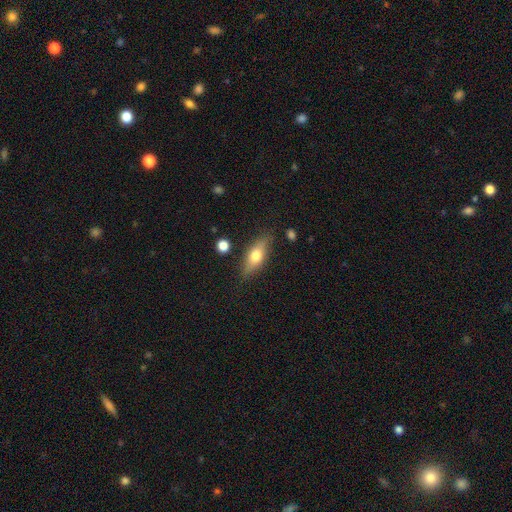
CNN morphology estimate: The model was most divided on "smooth or featured": smooth: 55%, featured or disk: 38%, star or artifact: 7%. More confident: merging — none (83%); how rounded — in between (62%).